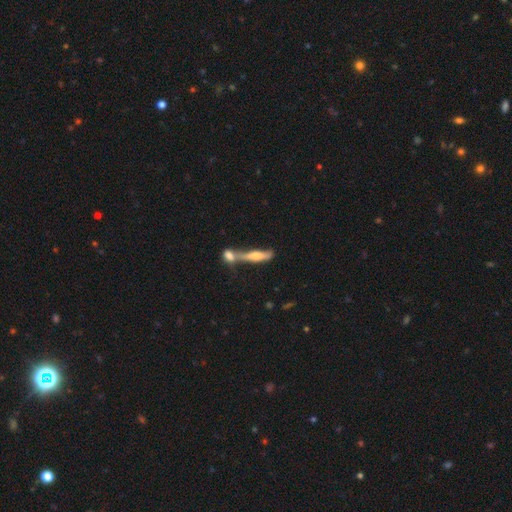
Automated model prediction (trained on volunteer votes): Smooth or featured?
  - smooth: 47% *
  - featured or disk: 45%
  - star or artifact: 8%
Merging?
  - merger: 52% *
  - none: 32%
  - minor disturbance: 10%
  - major disturbance: 6%